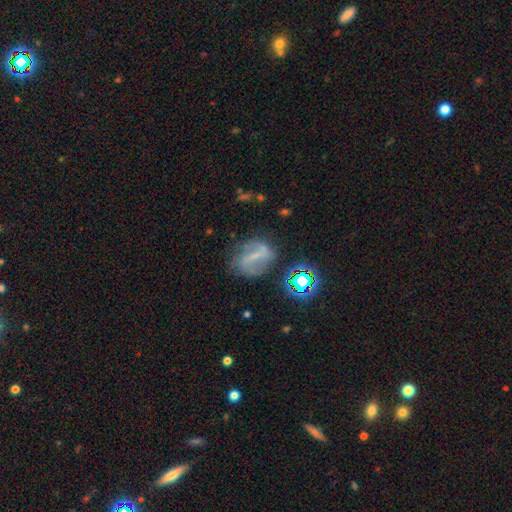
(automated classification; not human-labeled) Smooth or featured? Predicted: featured or disk (p=0.59). Edge-on disk? Predicted: no (p=0.93). Bar? Predicted: strong (p=0.55). Spiral arms? Predicted: yes (p=0.68). Bulge size? Predicted: none (p=0.43). Merging? Predicted: none (p=0.64).